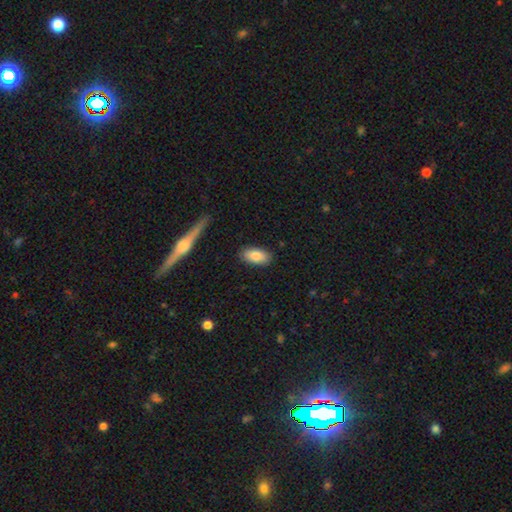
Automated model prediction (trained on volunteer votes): Smooth or featured: smooth — 86% (featured or disk — 8%)
How rounded: in between — 92% (cigar-shaped — 5%)
Merging: none — 86% (minor disturbance — 10%)